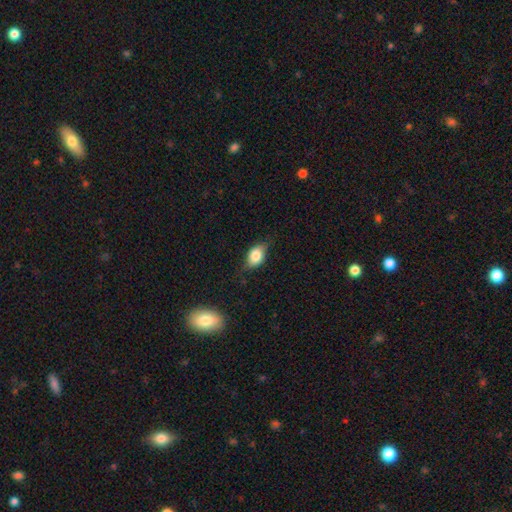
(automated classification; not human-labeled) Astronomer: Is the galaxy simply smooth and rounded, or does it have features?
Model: smooth — 75%.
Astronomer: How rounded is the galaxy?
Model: in between — 79%.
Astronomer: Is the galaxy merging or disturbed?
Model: none — 68%.